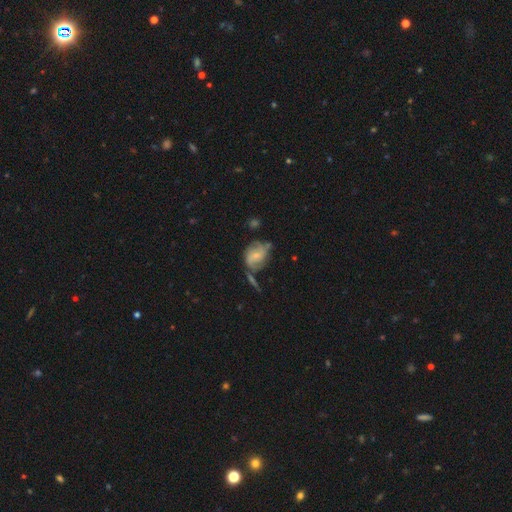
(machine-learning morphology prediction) This appears to be a featured or disk galaxy (58%) with no bar (55%), spiral arms (82%) and a small central bulge (65%). Merging: none (47%).